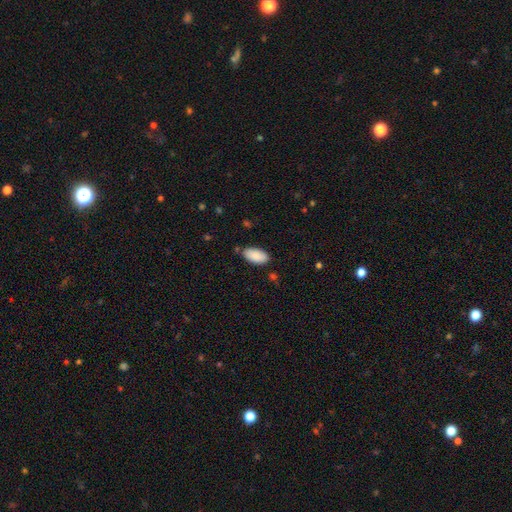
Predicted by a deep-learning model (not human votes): Smooth or featured? Predicted: smooth (p=0.89). How rounded? Predicted: in between (p=0.95). Merging? Predicted: none (p=0.82).